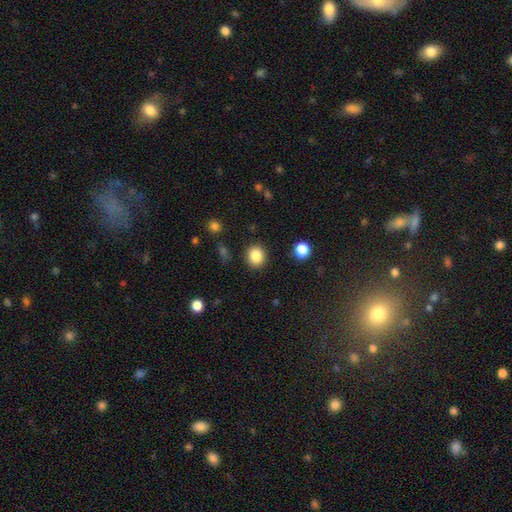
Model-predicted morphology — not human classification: This appears to be a smooth galaxy with no disk features (85%) that is round (82%). Merging: none (89%).